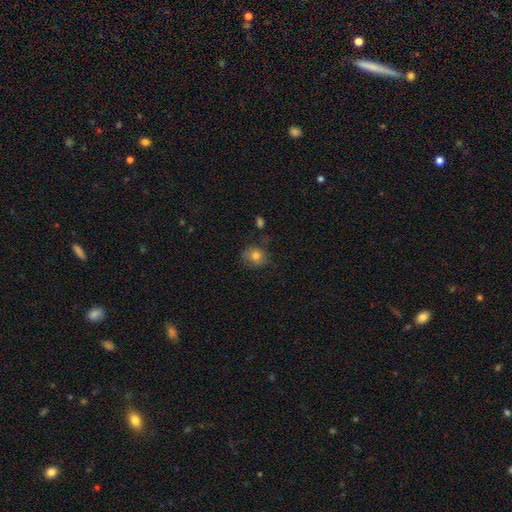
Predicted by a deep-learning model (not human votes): A smooth galaxy with no disk features (76%) that is round (65%).

Vote fractions:
- Smooth or featured? smooth: 76% / featured or disk: 13% / star or artifact: 10%
- How rounded? round: 65% / in between: 34% / cigar-shaped: 1%
- Merging? none: 70% / minor disturbance: 21% / major disturbance: 6% / merger: 3%